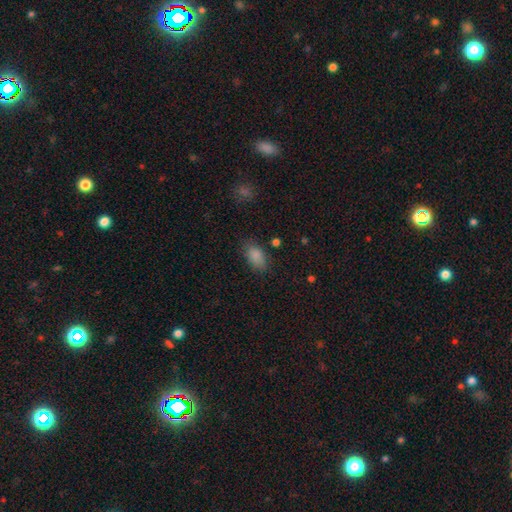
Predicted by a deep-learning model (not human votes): This appears to be a smooth galaxy with no disk features (86%) that is in between round and cigar-shaped (91%). Merging: none (77%).